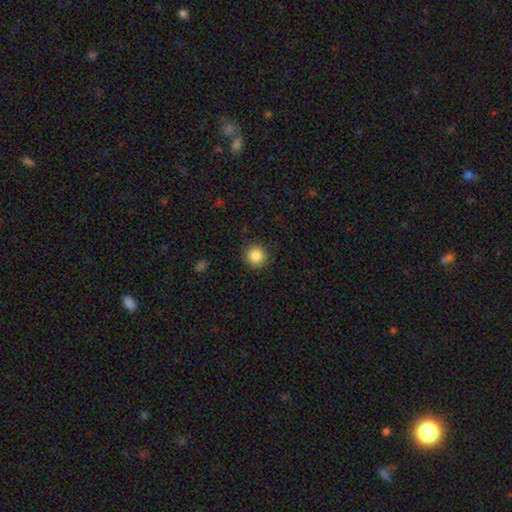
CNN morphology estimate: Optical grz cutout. It shows a smooth galaxy with no disk features (87%) that is round (94%). Merging: none (90%).